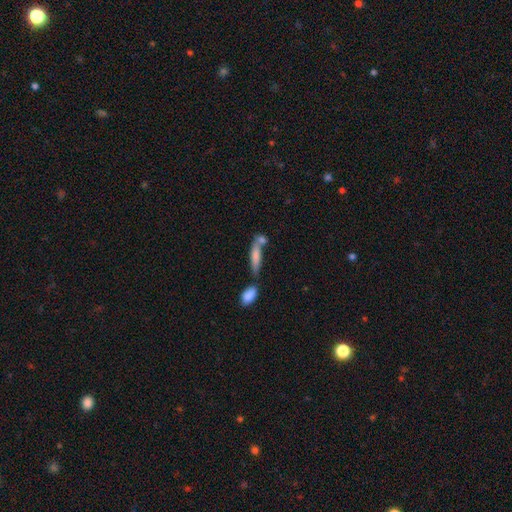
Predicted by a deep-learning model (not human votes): A smooth galaxy with no disk features (76%) that is cigar-shaped (64%). Merging: none (43%).